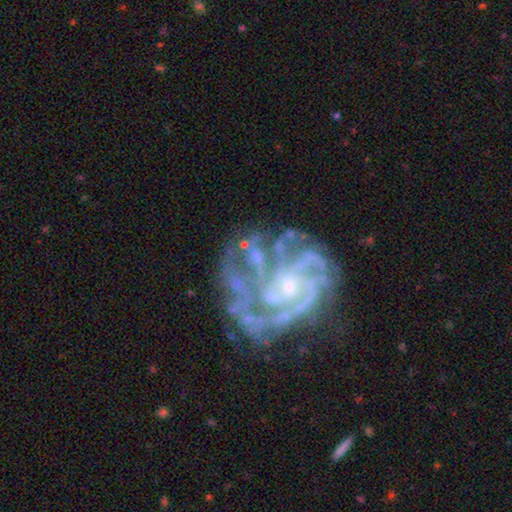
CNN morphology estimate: Smooth or featured?
  - featured or disk: 80% *
  - star or artifact: 12%
  - smooth: 8%
Edge-on disk?
  - no: 98% *
  - yes: 2%
Bar?
  - no: 66% *
  - weak: 22%
  - strong: 12%
Spiral arms?
  - yes: 91% *
  - no: 9%
Spiral winding?
  - tight: 53% *
  - medium: 36%
  - loose: 10%
Spiral arm count?
  - 3: 23% * (tied)
  - 4: 23% * (tied)
  - can't tell: 22%
  - more than 4: 13%
  - 2: 12%
  - 1: 8%
Bulge size?
  - small: 66% *
  - moderate: 19%
  - none: 11%
  - large: 3%
  - dominant: 2%
Merging?
  - none: 36% *
  - merger: 24%
  - major disturbance: 23%
  - minor disturbance: 16%